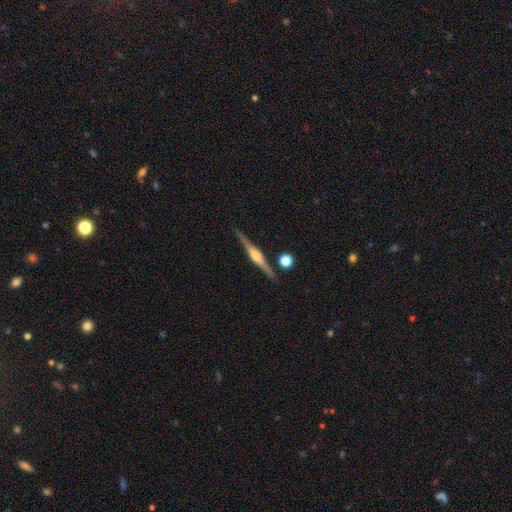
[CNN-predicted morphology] smooth_or_featured: featured or disk (p=0.81) [alt: smooth p=0.13]
disk_edge_on: yes (p=0.98) [alt: no p=0.02]
edge_on_bulge: rounded (p=0.81) [alt: boxy p=0.14]
merging: none (p=0.87) [alt: minor disturbance p=0.08]